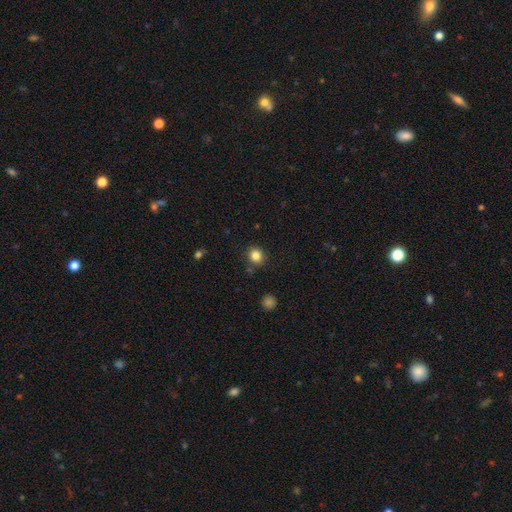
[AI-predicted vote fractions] This is clearly a smooth galaxy (83%). How rounded: clearly round (85%). Merging: clearly none (85%).